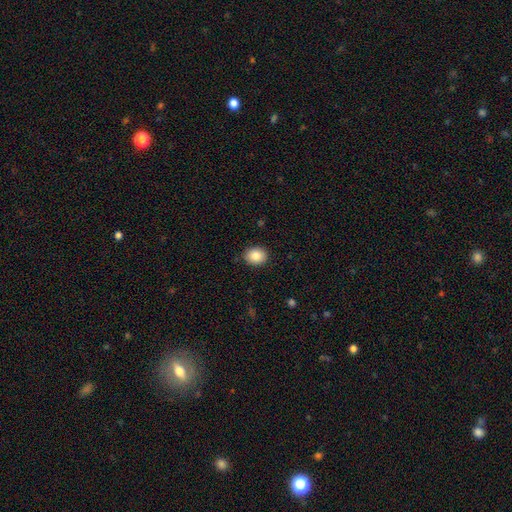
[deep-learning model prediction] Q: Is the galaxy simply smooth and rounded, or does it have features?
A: smooth — 87%.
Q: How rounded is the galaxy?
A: round — 53%.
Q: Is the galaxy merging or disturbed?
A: none — 89%.